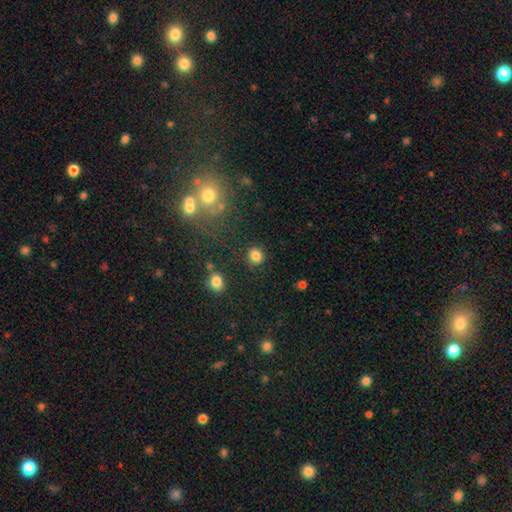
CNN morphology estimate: This appears to be a smooth galaxy with no disk features (84%) that is round (80%). Merging: none (87%).